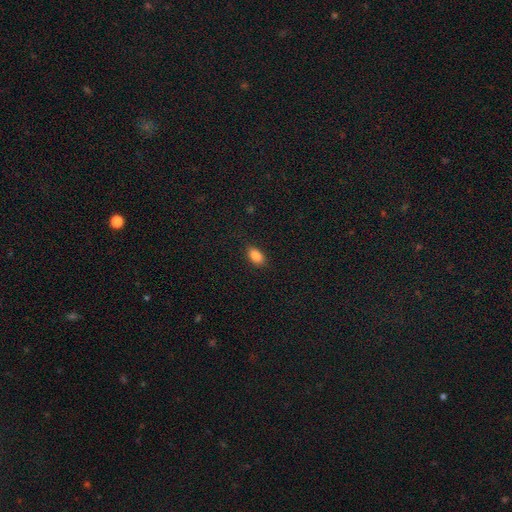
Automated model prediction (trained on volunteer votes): Smooth or featured? smooth (85%)
How rounded? in between (90%)
Merging? none (88%)